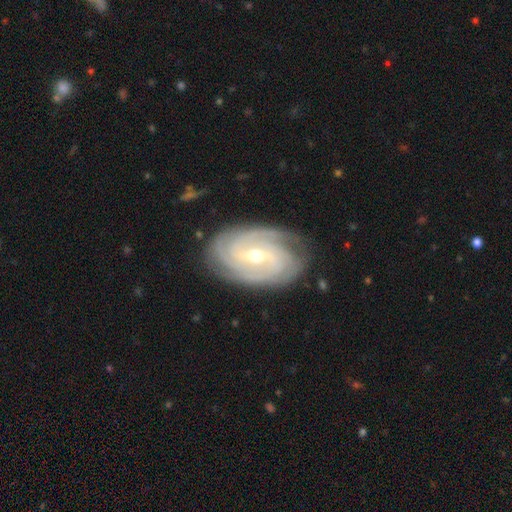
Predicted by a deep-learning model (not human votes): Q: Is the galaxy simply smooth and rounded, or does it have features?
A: featured or disk — 89%.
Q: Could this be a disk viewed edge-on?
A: no — 96%.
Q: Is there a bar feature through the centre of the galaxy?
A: weak — 49%.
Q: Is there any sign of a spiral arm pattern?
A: yes — 97%.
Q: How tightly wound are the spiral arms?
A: tight — 70%.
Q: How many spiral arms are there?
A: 3 — 27%.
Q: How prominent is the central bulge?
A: moderate — 49%.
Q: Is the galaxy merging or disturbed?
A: none — 81%.